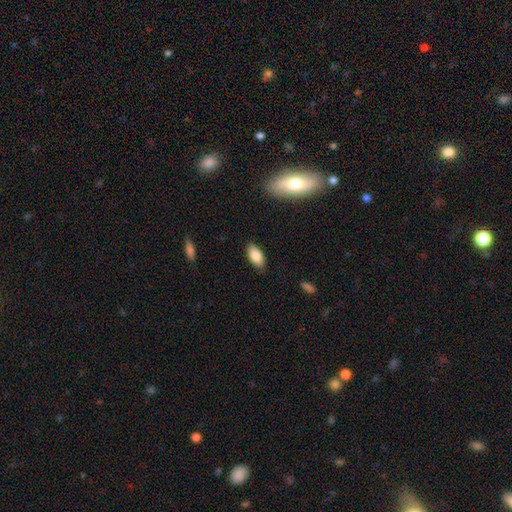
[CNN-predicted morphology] smooth_or_featured: smooth (p=0.86) [alt: featured or disk p=0.07]
how_rounded: in between (p=0.91) [alt: cigar-shaped p=0.07]
merging: none (p=0.86) [alt: minor disturbance p=0.10]